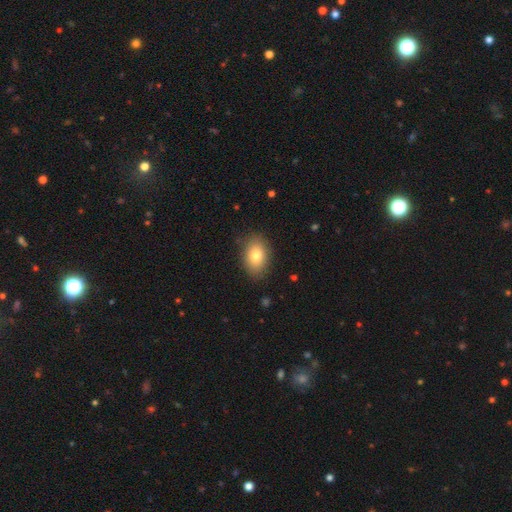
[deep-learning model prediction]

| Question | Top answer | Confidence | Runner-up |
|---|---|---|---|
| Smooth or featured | smooth | 79% | featured or disk (12%) |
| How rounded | in between | 83% | round (16%) |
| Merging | none | 86% | minor disturbance (10%) |